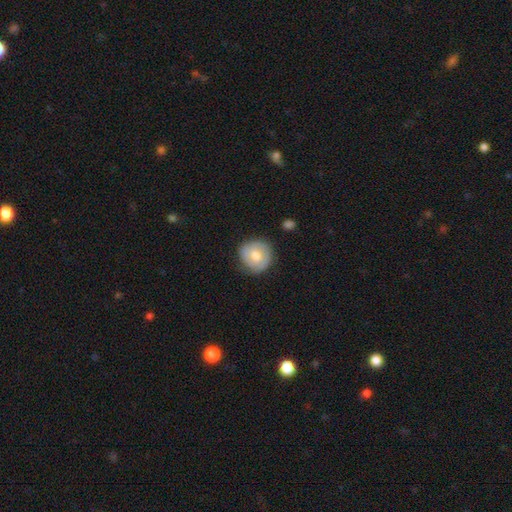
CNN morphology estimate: smooth-or-featured: smooth: 63% | featured or disk: 31% | star or artifact: 7%
  how-rounded: round: 90% | in between: 9% | cigar-shaped: 1%
  merging: none: 78% | minor disturbance: 17% | major disturbance: 4% | merger: 1%